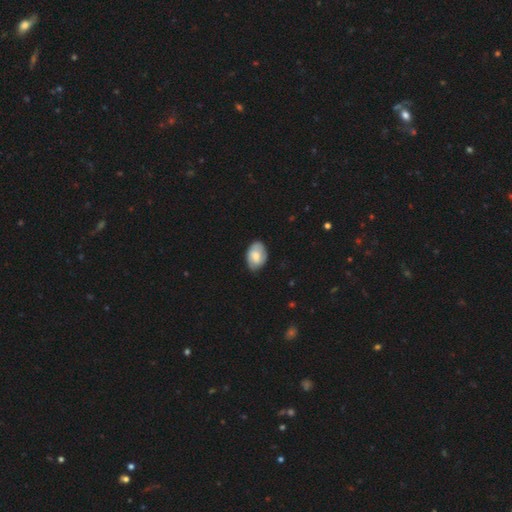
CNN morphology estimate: Smooth or featured? smooth (66%)
How rounded? in between (85%)
Merging? none (74%)